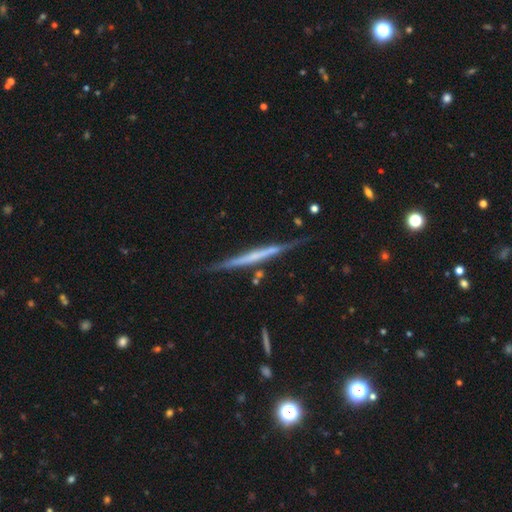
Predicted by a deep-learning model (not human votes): smooth-or-featured: featured or disk: 66% | smooth: 28% | star or artifact: 6%
  disk-edge-on: yes: 97% | no: 3%
    edge-on-bulge: none: 78% | rounded: 13% | boxy: 9%
  merging: none: 79% | minor disturbance: 15% | merger: 3% | major disturbance: 3%